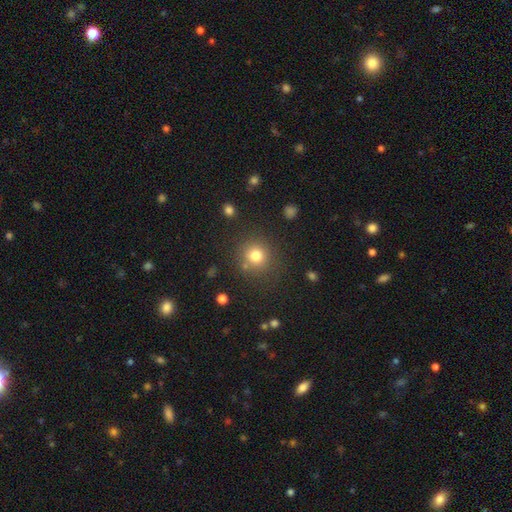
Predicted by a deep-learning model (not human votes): A smooth galaxy with no disk features (78%) that is round (91%).

Vote fractions:
- Smooth or featured? smooth: 78% / star or artifact: 14% / featured or disk: 8%
- How rounded? round: 91% / in between: 8% / cigar-shaped: 1%
- Merging? none: 82% / minor disturbance: 9% / merger: 5% / major disturbance: 4%